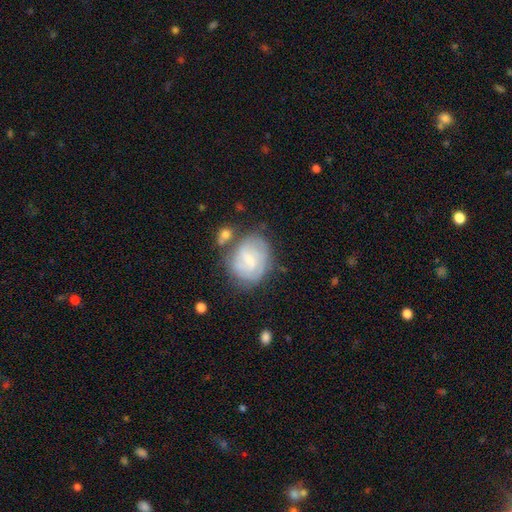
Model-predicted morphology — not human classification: A featured or disk galaxy (59%) with a weak bar (58%), spiral arms (80%) and a small central bulge (60%).

Vote fractions:
- Smooth or featured? featured or disk: 59% / smooth: 34% / star or artifact: 7%
- Edge-on disk? no: 97% / yes: 3%
- Bar? weak: 58% / no: 31% / strong: 11%
- Spiral arms? yes: 80% / no: 20%
- Bulge size? small: 60% / moderate: 27% / none: 9% / large: 2% / dominant: 1%
- Merging? none: 58% / minor disturbance: 22% / major disturbance: 11% / merger: 10%